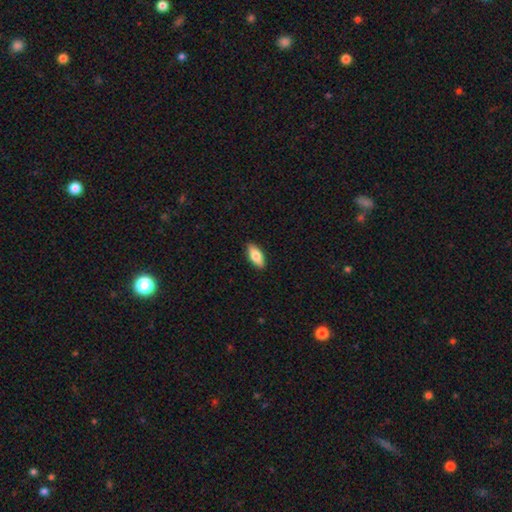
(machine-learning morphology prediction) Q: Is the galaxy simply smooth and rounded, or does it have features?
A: smooth — 74%.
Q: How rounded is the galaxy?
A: in between — 81%.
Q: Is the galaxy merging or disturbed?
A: none — 90%.